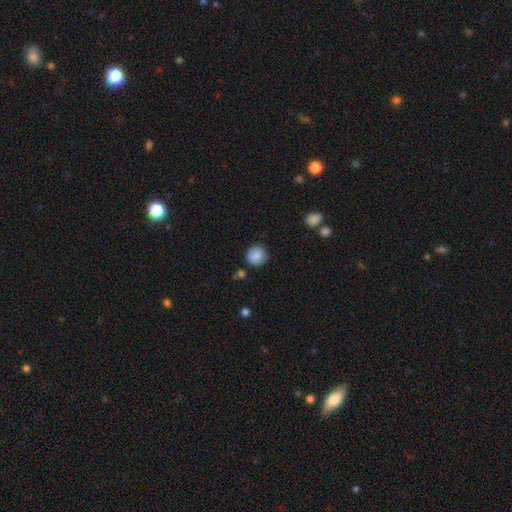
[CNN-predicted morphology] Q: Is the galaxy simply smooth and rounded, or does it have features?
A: smooth — 84%.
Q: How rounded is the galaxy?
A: round — 88%.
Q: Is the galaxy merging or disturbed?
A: none — 83%.